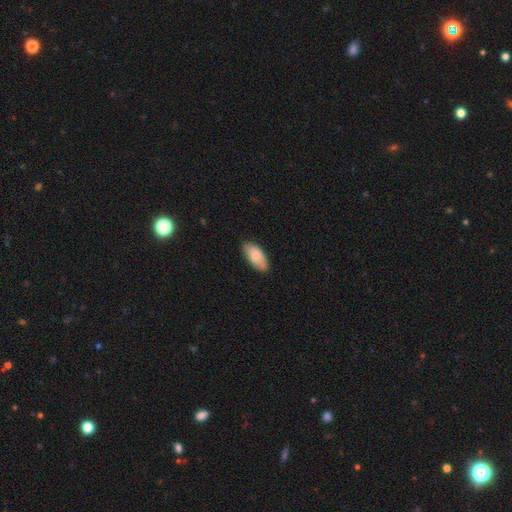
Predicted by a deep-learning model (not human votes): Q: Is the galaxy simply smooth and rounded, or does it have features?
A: smooth — 82%.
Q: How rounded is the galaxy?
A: in between — 92%.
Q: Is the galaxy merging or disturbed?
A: none — 78%.